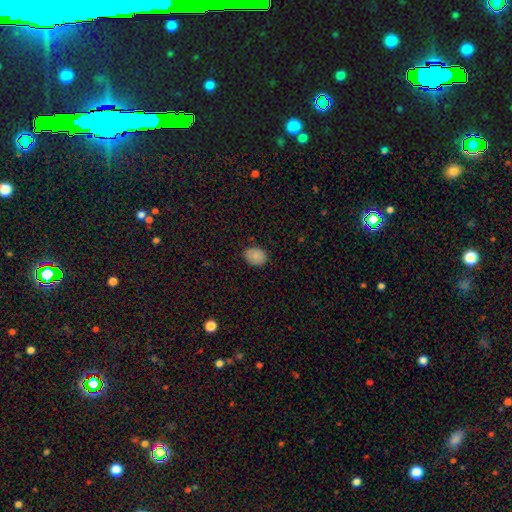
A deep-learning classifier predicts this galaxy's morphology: A smooth galaxy with no disk features (87%) that is in between round and cigar-shaped (53%). Merging: none (86%).